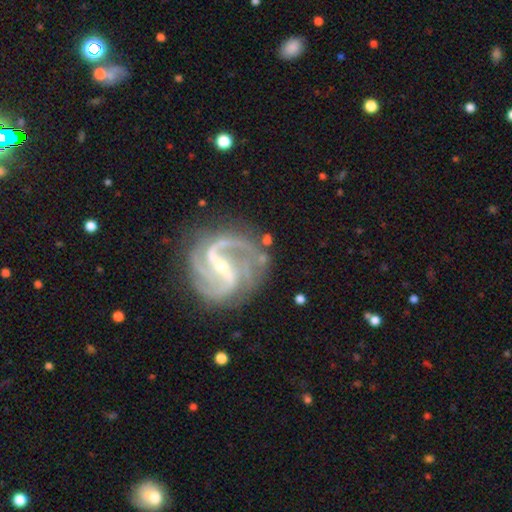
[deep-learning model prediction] A featured or disk galaxy (92%) with a strong bar (57%), 2 (48%) medium (55%) spiral arms (98%) and a small central bulge (71%). Merging: none (72%).